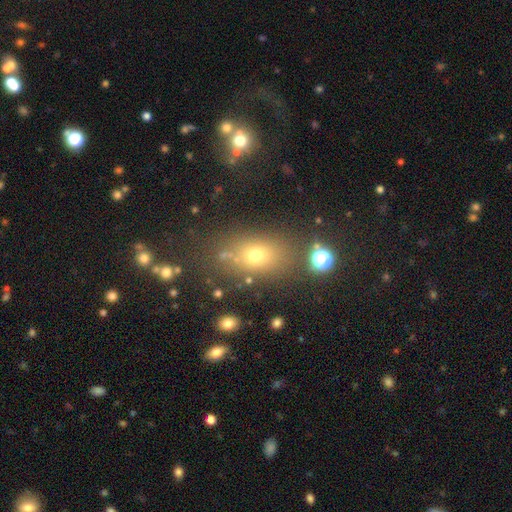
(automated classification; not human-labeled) This appears to be a smooth galaxy with no disk features (65%) that is in between round and cigar-shaped (64%). Merging: none (74%).